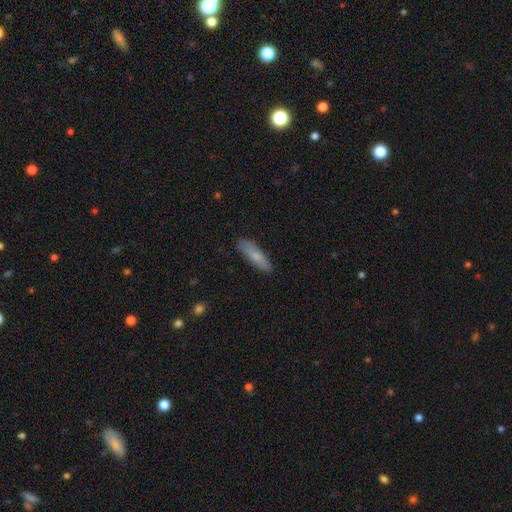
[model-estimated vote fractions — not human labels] A smooth galaxy with no disk features (72%) that is cigar-shaped (61%).

Vote fractions:
- Smooth or featured? smooth: 72% / featured or disk: 22% / star or artifact: 6%
- How rounded? cigar-shaped: 61% / in between: 37% / round: 2%
- Merging? none: 84% / minor disturbance: 13% / major disturbance: 2% / merger: 1%